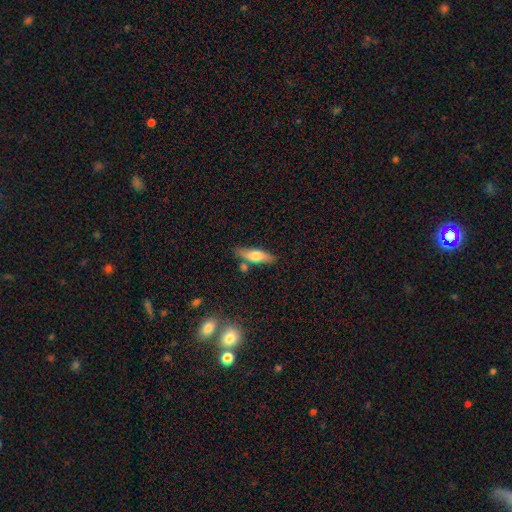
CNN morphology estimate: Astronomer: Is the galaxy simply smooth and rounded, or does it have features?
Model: smooth — 63%.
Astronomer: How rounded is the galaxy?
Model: cigar-shaped — 55% (runner-up: in between, 42%).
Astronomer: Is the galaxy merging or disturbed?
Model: none — 74%.